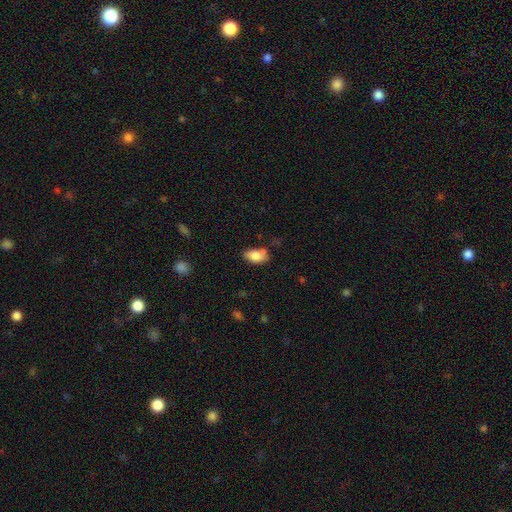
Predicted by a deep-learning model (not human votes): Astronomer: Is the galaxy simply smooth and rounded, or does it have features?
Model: smooth — 83%.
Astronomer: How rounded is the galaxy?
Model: in between — 91%.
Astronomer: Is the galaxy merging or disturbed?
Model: none — 58%.